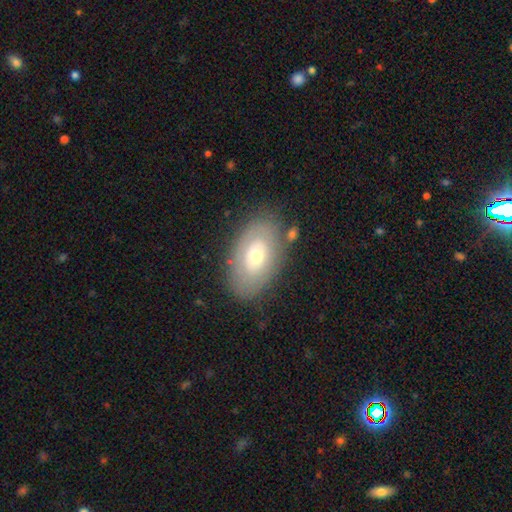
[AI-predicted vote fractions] This is possibly a smooth galaxy (48%). Merging: clearly none (82%).